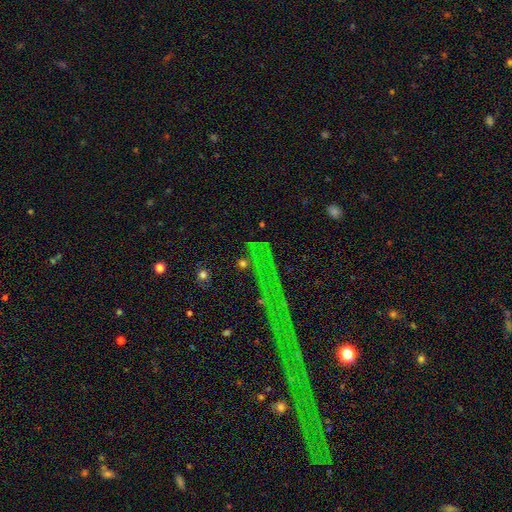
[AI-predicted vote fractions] Smooth or featured? Predicted: star or artifact (p=0.72).